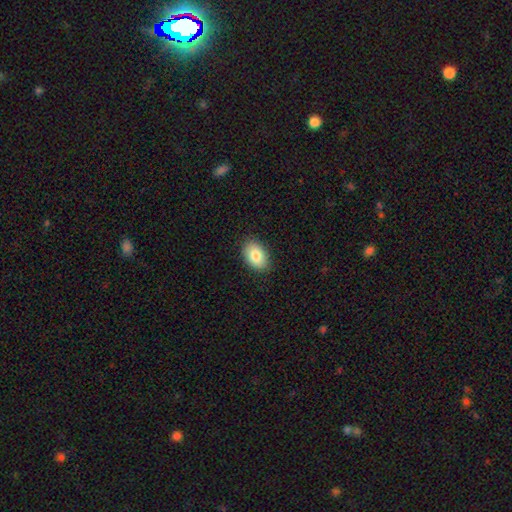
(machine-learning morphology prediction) smooth 83%, featured or disk 9%, star or artifact 7%. Down the decision tree: how rounded — in between (87%); merging — none (87%).